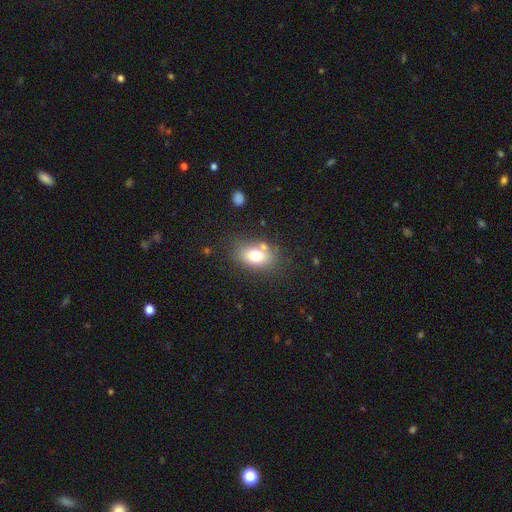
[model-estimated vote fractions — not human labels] This appears to be a smooth galaxy with no disk features (73%) that is in between round and cigar-shaped (79%). Merging: none (69%).